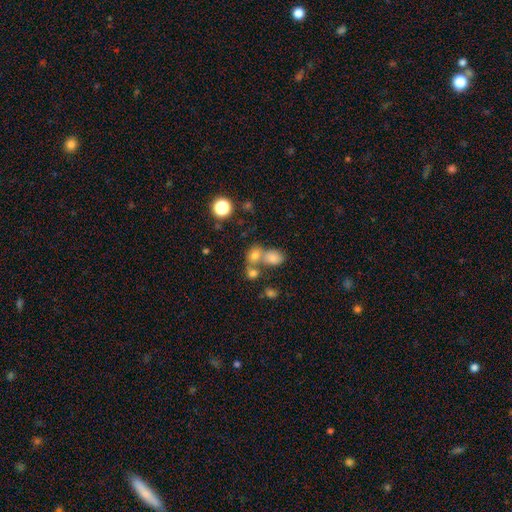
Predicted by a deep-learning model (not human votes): smooth-or-featured: smooth: 69% | star or artifact: 18% | featured or disk: 13%
  how-rounded: round: 54% | in between: 44% | cigar-shaped: 2%
  merging: merger: 49% | none: 39% | minor disturbance: 8% | major disturbance: 5%